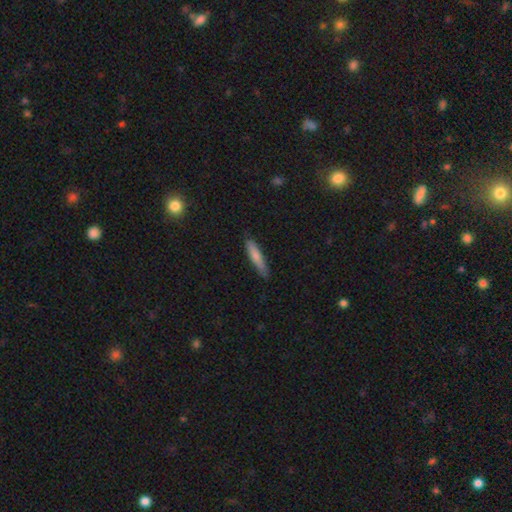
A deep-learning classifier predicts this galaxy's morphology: Smooth or featured?
  - smooth: 76% *
  - featured or disk: 18%
  - star or artifact: 6%
How rounded?
  - cigar-shaped: 85% *
  - in between: 14%
  - round: 1%
Merging?
  - none: 82% *
  - minor disturbance: 15%
  - major disturbance: 2%
  - merger: 1%